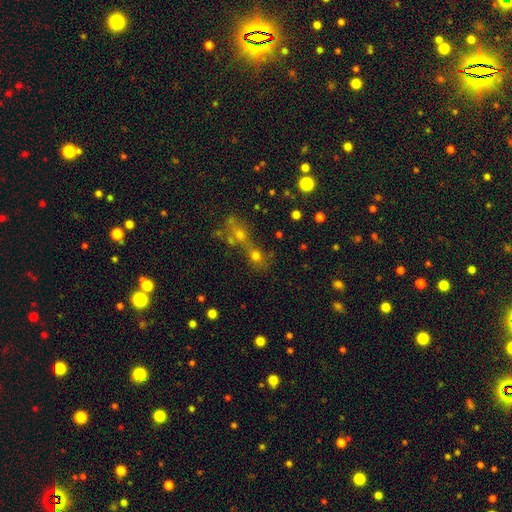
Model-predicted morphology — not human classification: Overall: smooth (62%; star or artifact 22%). How rounded: round (69%). Merging: merger (59%; none 28%).